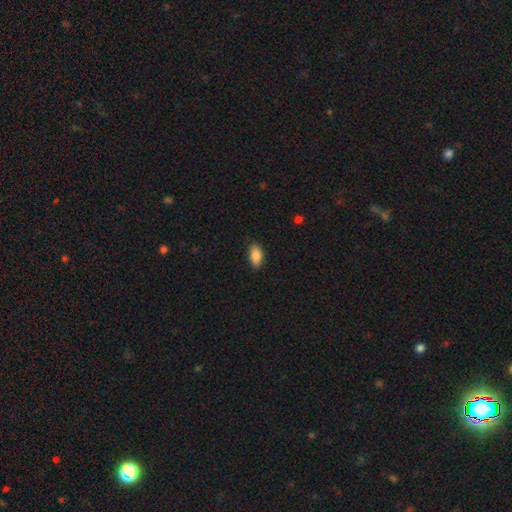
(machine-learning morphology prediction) The model was most divided on "merging": none: 84%, minor disturbance: 12%, major disturbance: 2%, merger: 1%. More confident: how rounded — in between (92%); smooth or featured — smooth (88%).